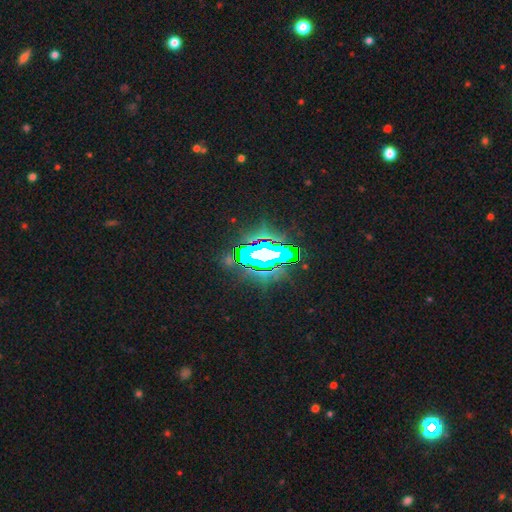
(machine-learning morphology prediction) A star or artifact, not a galaxy (71%).